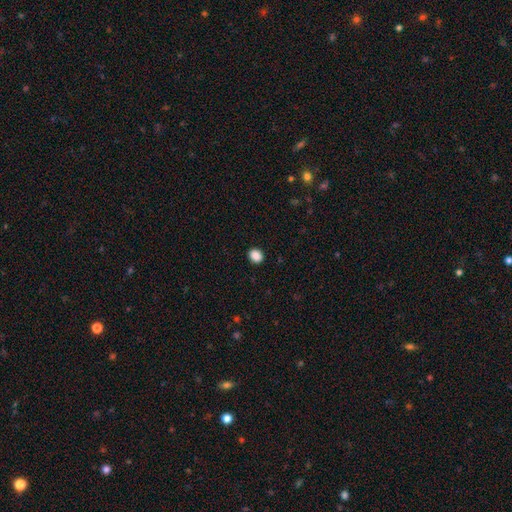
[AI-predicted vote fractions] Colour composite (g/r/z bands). It shows a smooth galaxy with no disk features (88%) that is round (65%). Merging: none (91%).